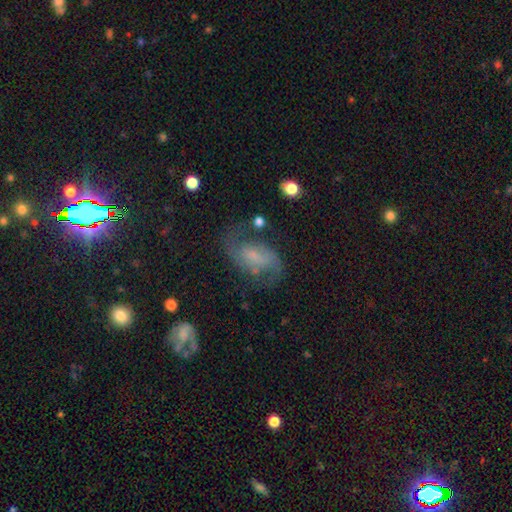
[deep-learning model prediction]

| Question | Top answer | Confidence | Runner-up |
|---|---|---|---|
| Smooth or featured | featured or disk | 69% | smooth (18%) |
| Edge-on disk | no | 96% | yes (4%) |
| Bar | weak | 47% | no (35%) |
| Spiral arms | yes | 91% | no (9%) |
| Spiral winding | medium | 49% | loose (35%) |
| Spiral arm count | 2 | 86% | can't tell (7%) |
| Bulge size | small | 47% | none (24%) |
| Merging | none | 62% | minor disturbance (20%) |